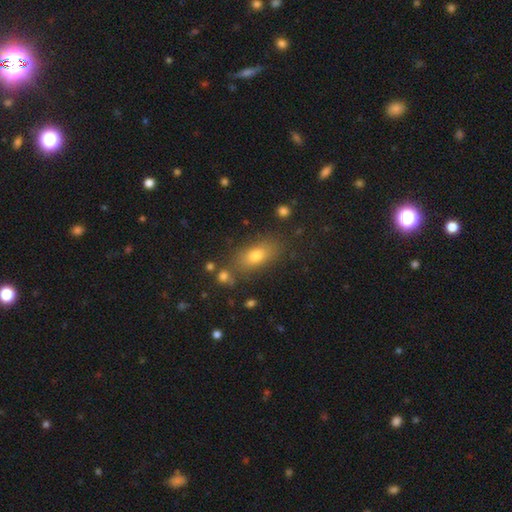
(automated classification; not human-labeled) A smooth galaxy with no disk features (75%) that is in between round and cigar-shaped (80%).

Vote fractions:
- Smooth or featured? smooth: 75% / featured or disk: 13% / star or artifact: 11%
- How rounded? in between: 80% / cigar-shaped: 10% / round: 10%
- Merging? none: 77% / minor disturbance: 13% / merger: 6% / major disturbance: 4%